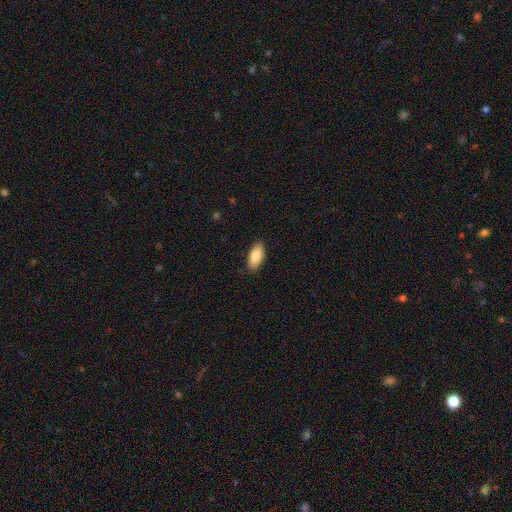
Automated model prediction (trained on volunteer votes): This is clearly a smooth galaxy (84%). How rounded: clearly in between (89%). Merging: clearly none (86%).